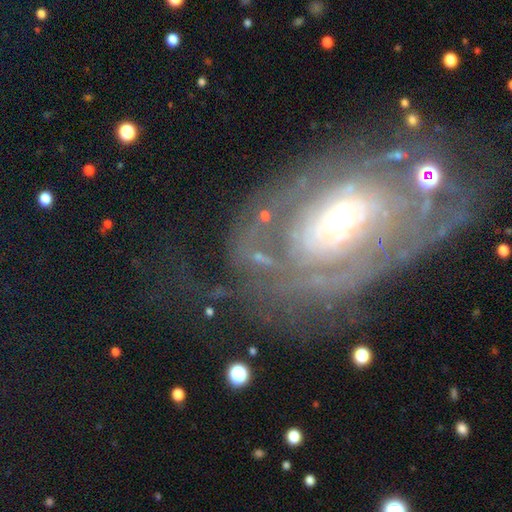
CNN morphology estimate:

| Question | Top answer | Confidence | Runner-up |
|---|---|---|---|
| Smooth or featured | featured or disk | 74% | star or artifact (13%) |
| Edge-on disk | no | 95% | yes (5%) |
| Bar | no | 54% | weak (28%) |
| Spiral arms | yes | 80% | no (20%) |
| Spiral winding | tight | 55% | medium (30%) |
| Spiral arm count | can't tell | 35% | 2 (29%) |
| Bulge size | moderate | 46% | small (41%) |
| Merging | none | 54% | major disturbance (24%) |